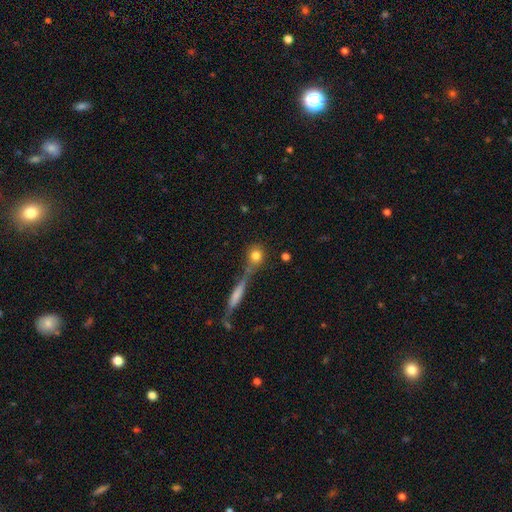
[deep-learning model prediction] smooth-or-featured: smooth: 77% | featured or disk: 12% | star or artifact: 10%
  how-rounded: round: 79% | in between: 14% | cigar-shaped: 7%
  merging: none: 58% | merger: 27% | minor disturbance: 10% | major disturbance: 5%